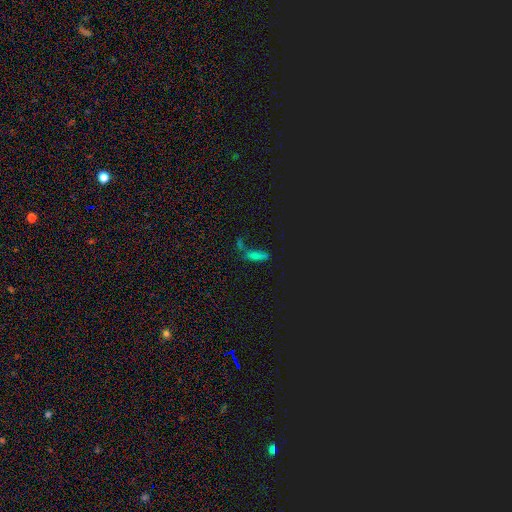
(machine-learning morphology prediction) Smooth or featured?
  - smooth: 53% *
  - star or artifact: 37%
  - featured or disk: 11%
How rounded?
  - in between: 52% *
  - cigar-shaped: 42%
  - round: 7%
Merging?
  - none: 42% *
  - merger: 33%
  - minor disturbance: 16%
  - major disturbance: 10%